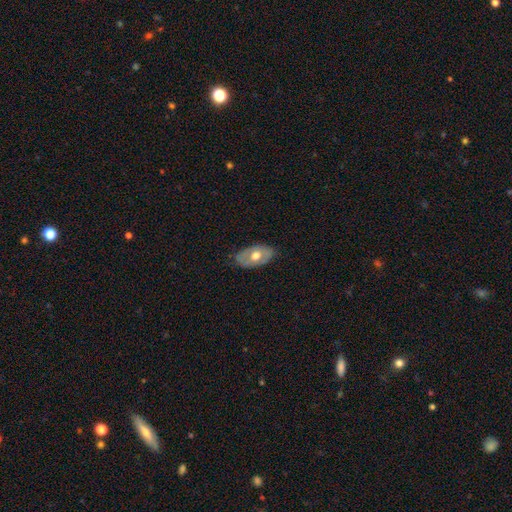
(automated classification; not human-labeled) A smooth galaxy with no disk features (48%). Merging: none (79%).